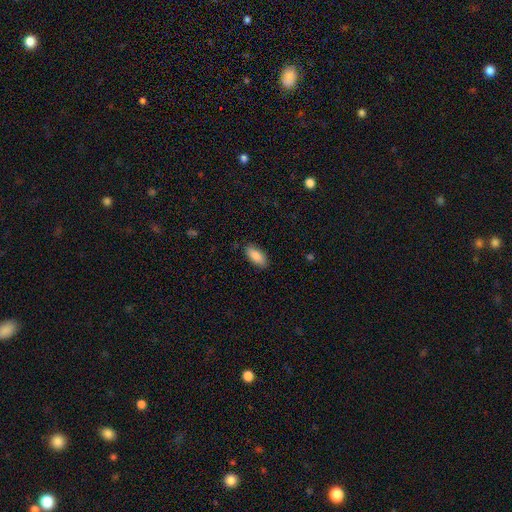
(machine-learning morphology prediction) smooth 84%, featured or disk 9%, star or artifact 6%. Down the decision tree: how rounded — in between (87%); merging — none (87%).